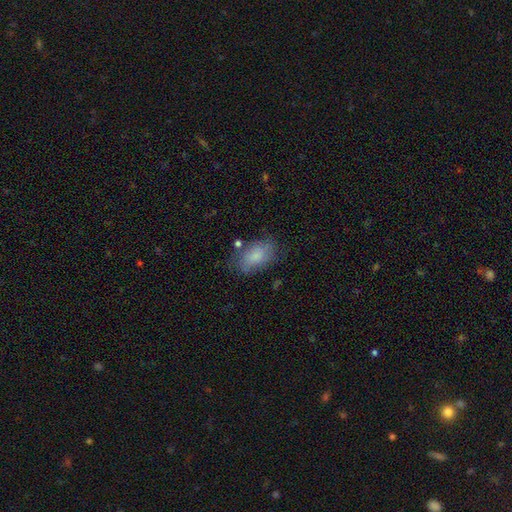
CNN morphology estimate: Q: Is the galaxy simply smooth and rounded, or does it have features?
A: smooth — 76%.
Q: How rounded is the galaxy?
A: in between — 90%.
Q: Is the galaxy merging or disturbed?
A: none — 66%.